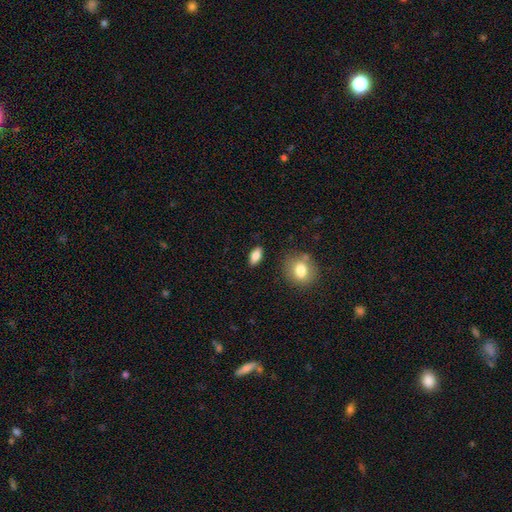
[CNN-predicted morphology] type=smooth (83%); roundness=in between (85%); merging=none (85%).